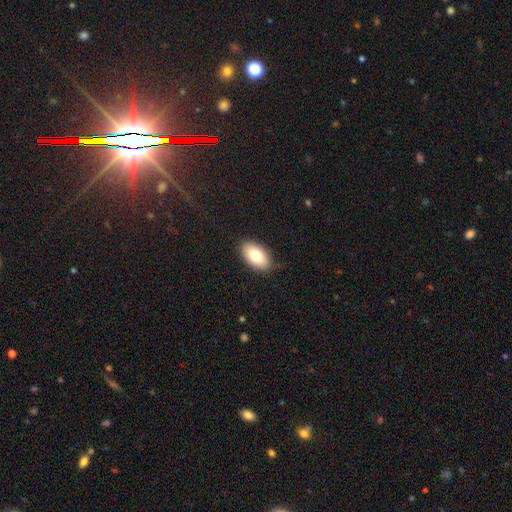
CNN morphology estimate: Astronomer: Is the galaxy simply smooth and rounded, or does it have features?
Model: smooth — 78%.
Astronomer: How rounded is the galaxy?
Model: in between — 93%.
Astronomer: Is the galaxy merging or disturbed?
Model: none — 83%.